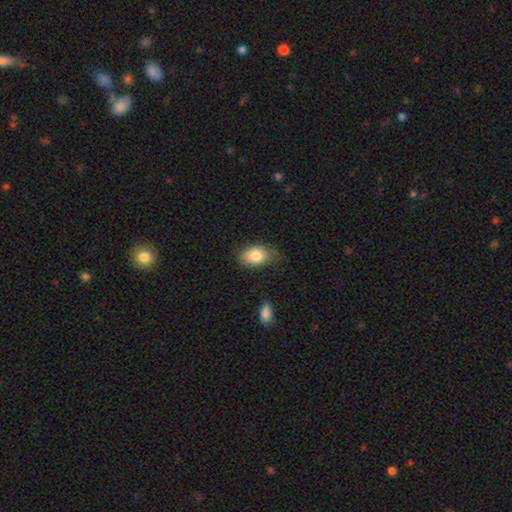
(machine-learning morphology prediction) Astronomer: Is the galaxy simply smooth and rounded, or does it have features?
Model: smooth — 82%.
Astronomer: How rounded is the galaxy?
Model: in between — 87%.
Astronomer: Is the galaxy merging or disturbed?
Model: none — 60%.